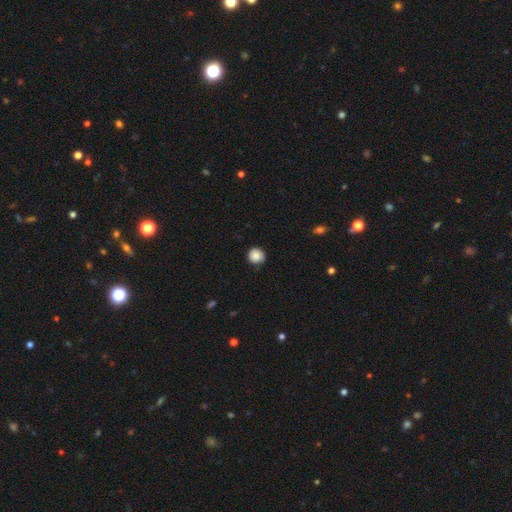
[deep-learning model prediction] Smooth or featured: smooth — 86% (star or artifact — 9%)
How rounded: round — 93% (in between — 6%)
Merging: none — 85% (minor disturbance — 12%)